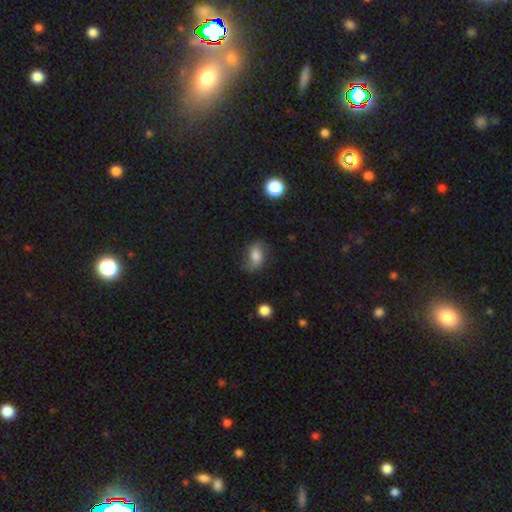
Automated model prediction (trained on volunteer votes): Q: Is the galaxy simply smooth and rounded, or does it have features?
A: smooth — 56%.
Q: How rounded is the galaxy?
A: in between — 80%.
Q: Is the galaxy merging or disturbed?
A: none — 64%.